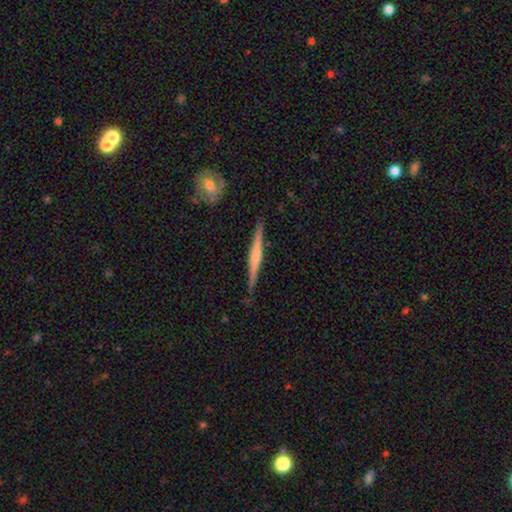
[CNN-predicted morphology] This appears to be a featured or disk galaxy (71%) viewed edge-on (98%) with a rounded central bulge (54%). Merging: none (89%).